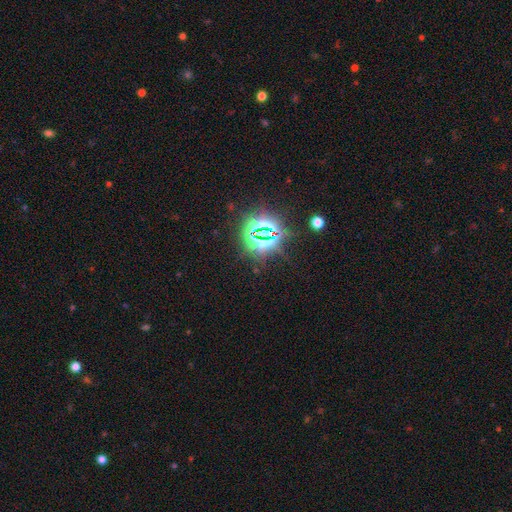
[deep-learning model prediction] smooth_or_featured: star or artifact (p=0.86) [alt: smooth p=0.09]